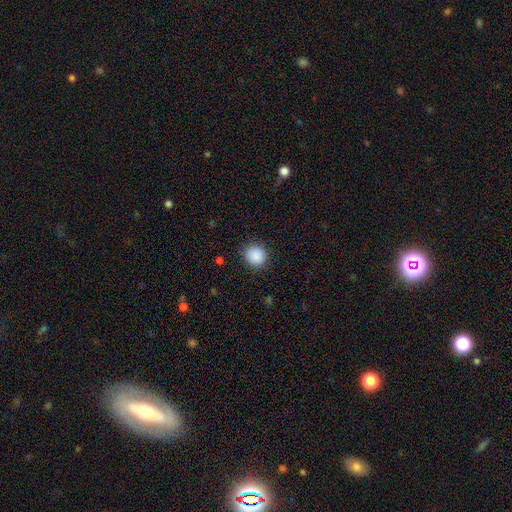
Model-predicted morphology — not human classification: This appears to be a smooth galaxy with no disk features (89%) that is round (87%). Merging: none (88%).